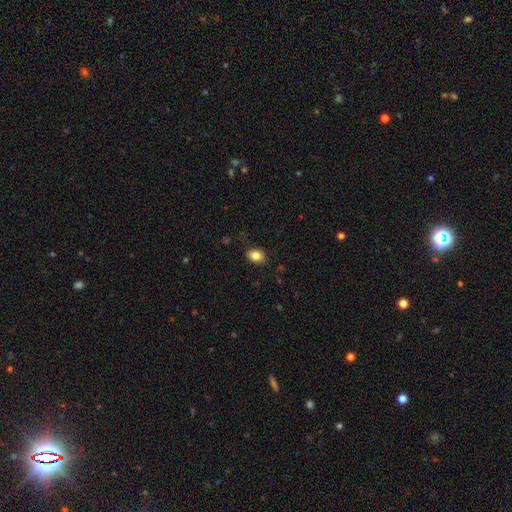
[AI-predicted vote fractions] Morphology: type=smooth (83%); roundness=in between (67%); merging=none (85%).